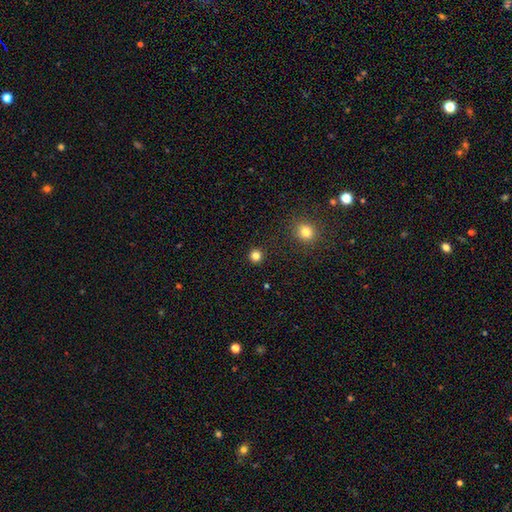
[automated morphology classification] The model was most divided on "smooth or featured": smooth: 81%, star or artifact: 15%, featured or disk: 4%. More confident: how rounded — round (94%); merging — none (92%).